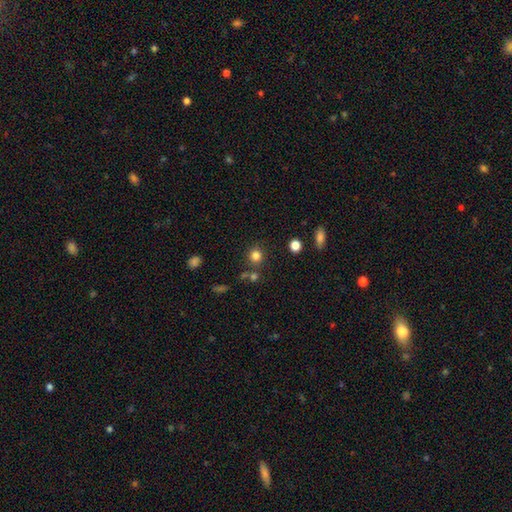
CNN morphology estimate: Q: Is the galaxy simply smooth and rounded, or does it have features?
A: smooth — 81%.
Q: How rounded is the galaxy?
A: round — 89%.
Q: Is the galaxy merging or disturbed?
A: none — 78%.